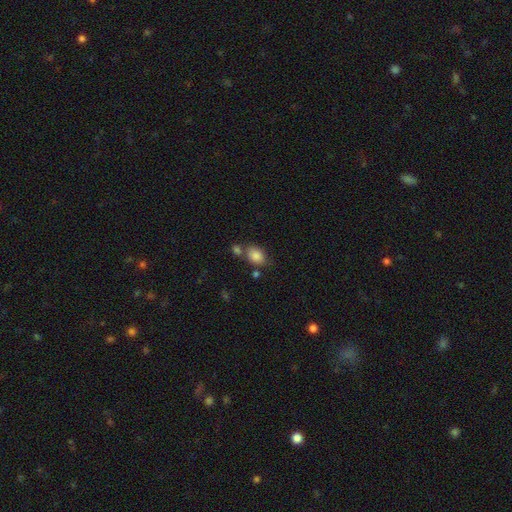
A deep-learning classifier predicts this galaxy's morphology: The model was most divided on "merging": none: 59%, merger: 20%, minor disturbance: 16%, major disturbance: 5%. More confident: smooth or featured — smooth (85%); how rounded — in between (72%).